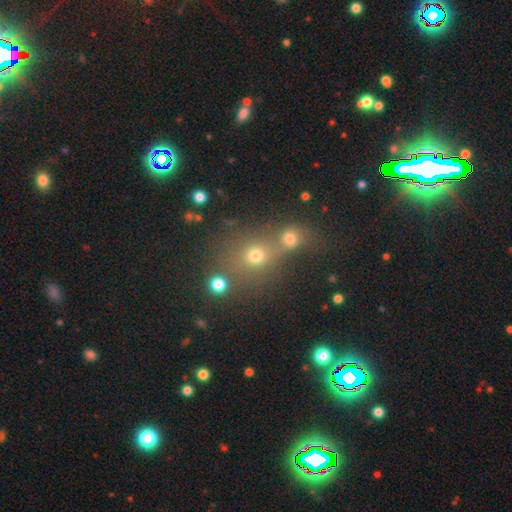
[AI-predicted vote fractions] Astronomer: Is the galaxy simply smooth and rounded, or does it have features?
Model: smooth — 68%.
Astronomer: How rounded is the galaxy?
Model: round — 78%.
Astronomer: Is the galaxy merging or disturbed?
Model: merger — 45% (runner-up: none, 43%).